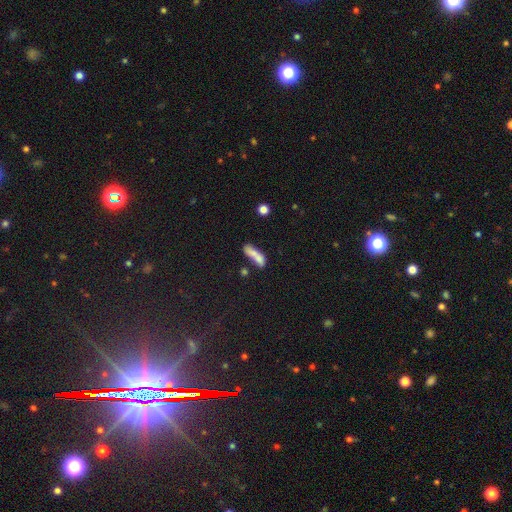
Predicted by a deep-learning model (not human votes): smooth 71%, featured or disk 18%, star or artifact 10%. Down the decision tree: how rounded — cigar-shaped (55%); merging — merger (38%).